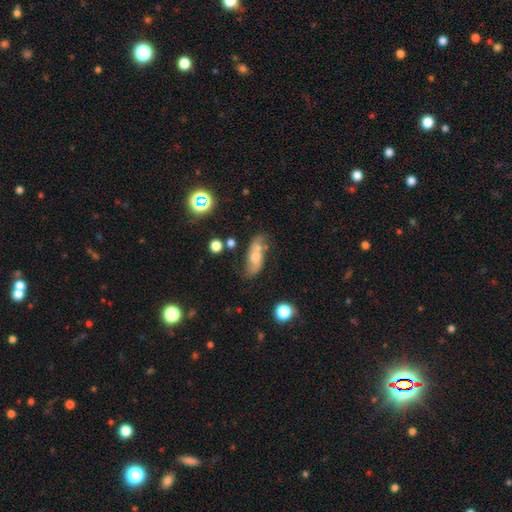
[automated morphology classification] Smooth or featured: smooth — 46% (featured or disk — 44%)
Merging: none — 53% (minor disturbance — 23%)